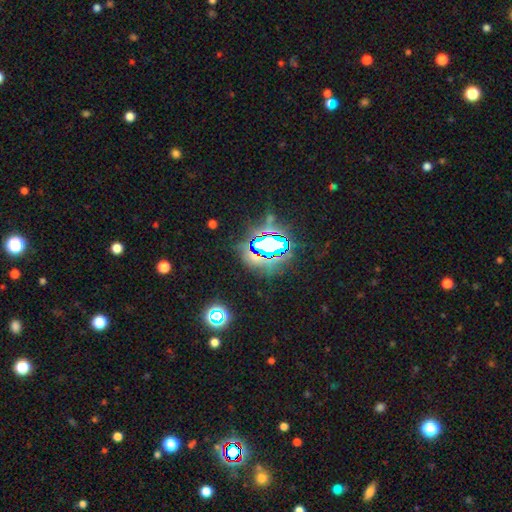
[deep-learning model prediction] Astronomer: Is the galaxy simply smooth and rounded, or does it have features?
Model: star or artifact — 72%.